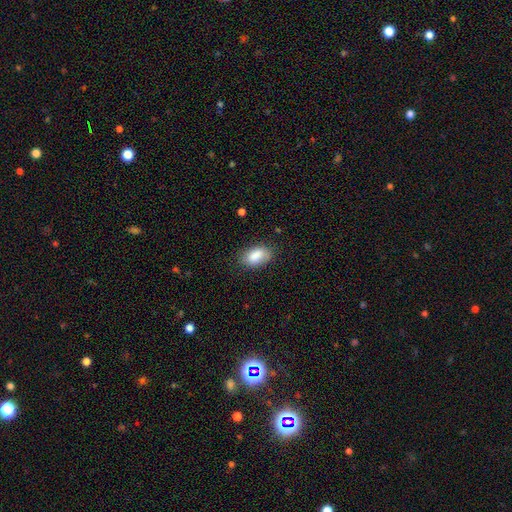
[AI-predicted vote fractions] Morphology: type=smooth (86%); roundness=in between (92%); merging=none (76%).